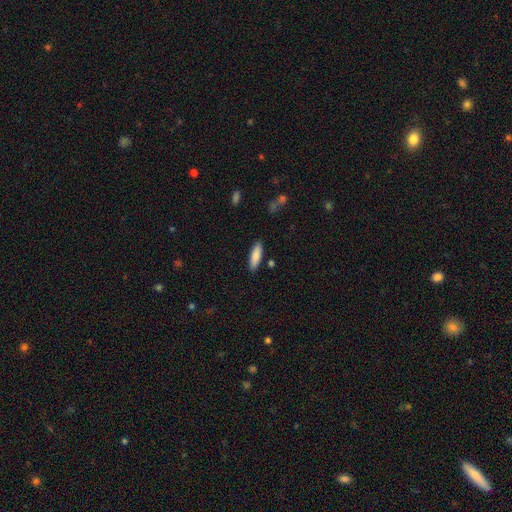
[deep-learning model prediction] smooth 86%, featured or disk 8%, star or artifact 6%. Down the decision tree: how rounded — cigar-shaped (51%); merging — none (87%).